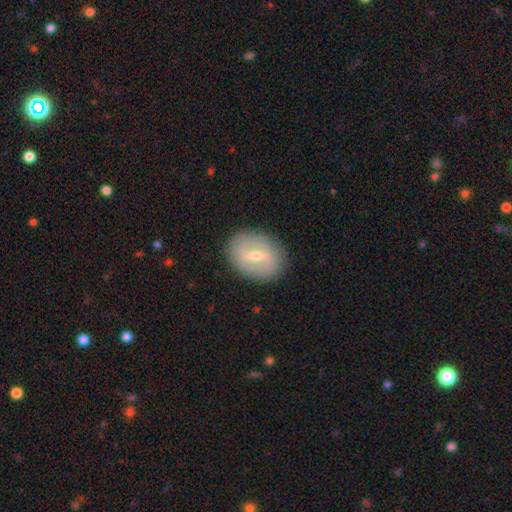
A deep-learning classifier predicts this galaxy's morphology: smooth-or-featured: featured or disk: 65% | smooth: 28% | star or artifact: 7%
  disk-edge-on: no: 93% | yes: 7%
    bar: weak: 46% | strong: 41% | no: 13%
    has-spiral-arms: no: 52% | yes: 48%
    bulge-size: moderate: 60% | small: 36% | large: 2% | none: 1% | dominant: 1%
  merging: none: 86% | minor disturbance: 10% | major disturbance: 3% | merger: 1%